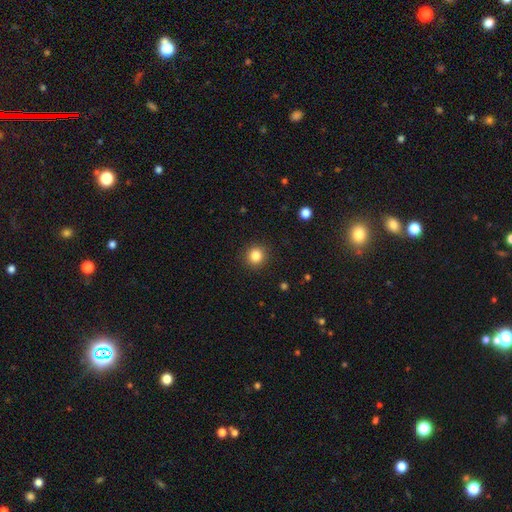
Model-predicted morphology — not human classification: type=smooth (84%); roundness=round (92%); merging=none (91%).